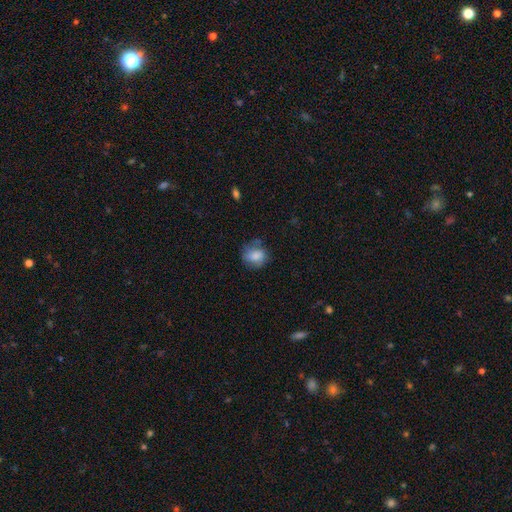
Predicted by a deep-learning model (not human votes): This appears to be a smooth galaxy with no disk features (78%) that is round (60%). Merging: none (60%).